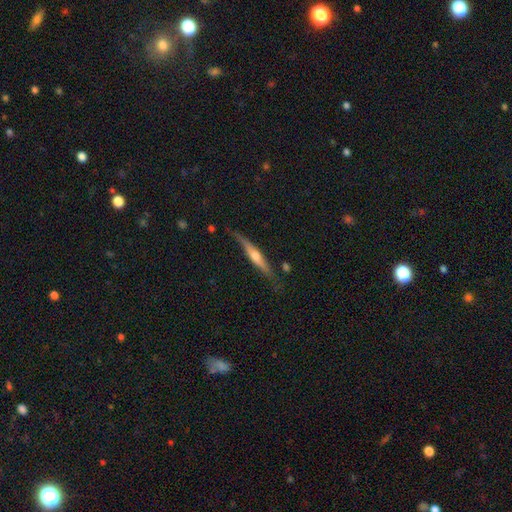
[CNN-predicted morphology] Smooth or featured? featured or disk (69%)
Edge-on disk? yes (95%)
Edge-on bulge? rounded (88%)
Merging? none (72%)